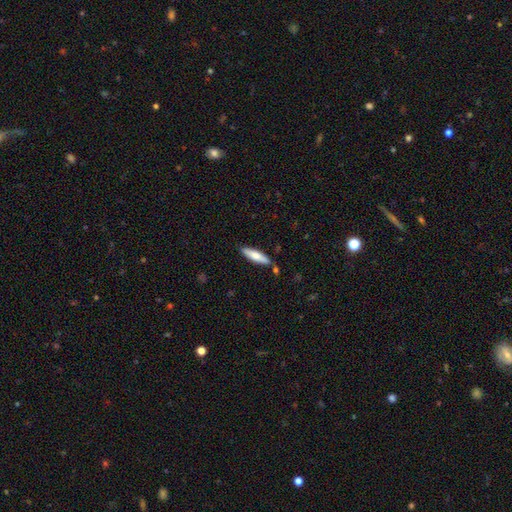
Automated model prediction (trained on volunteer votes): Smooth or featured? smooth (67%)
How rounded? cigar-shaped (71%)
Merging? none (82%)